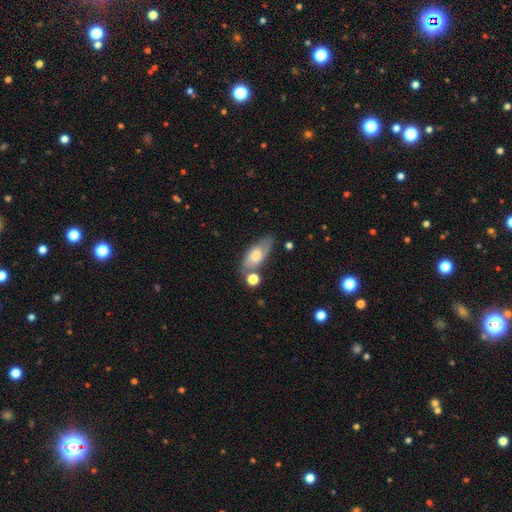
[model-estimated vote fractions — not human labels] smooth_or_featured: smooth (p=0.56) [alt: featured or disk p=0.36]
how_rounded: in between (p=0.79) [alt: cigar-shaped p=0.16]
merging: none (p=0.63) [alt: minor disturbance p=0.19]